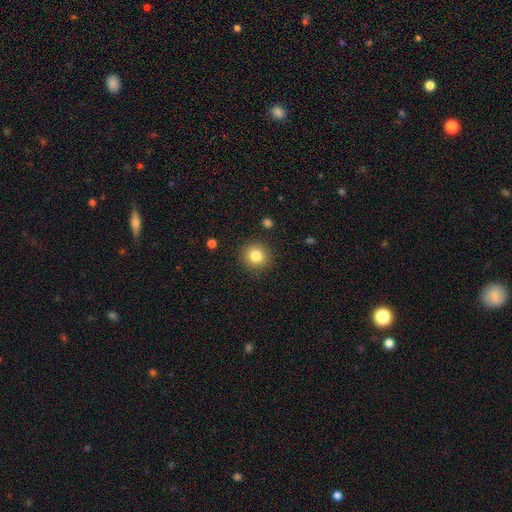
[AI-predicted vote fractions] This is clearly a smooth galaxy (82%). How rounded: clearly round (92%). Merging: clearly none (89%).